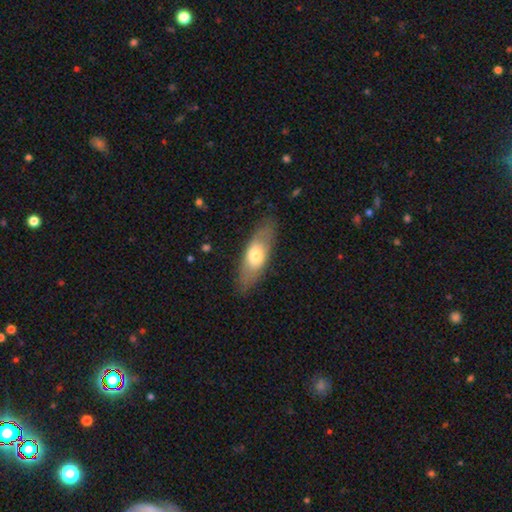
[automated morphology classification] A smooth galaxy with no disk features (61%) that is in between round and cigar-shaped (68%).

Vote fractions:
- Smooth or featured? smooth: 61% / featured or disk: 33% / star or artifact: 6%
- How rounded? in between: 68% / cigar-shaped: 28% / round: 3%
- Merging? none: 80% / minor disturbance: 14% / major disturbance: 5% / merger: 1%